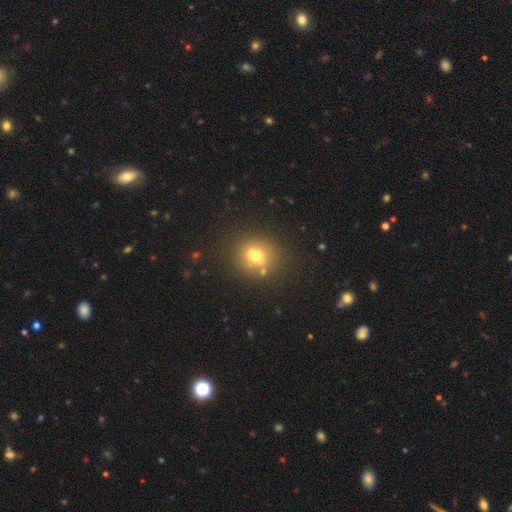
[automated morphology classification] This appears to be a smooth galaxy with no disk features (60%) that is round (71%). Merging: none (65%).